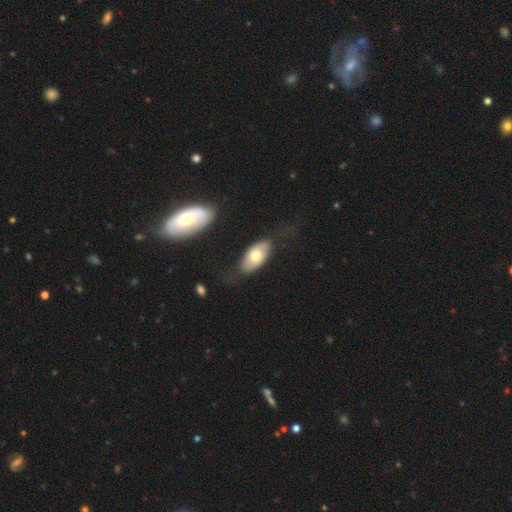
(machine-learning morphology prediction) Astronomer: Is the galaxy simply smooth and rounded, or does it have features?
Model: smooth — 65%.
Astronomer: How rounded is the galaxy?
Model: in between — 92%.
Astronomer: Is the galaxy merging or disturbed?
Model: none — 70%.